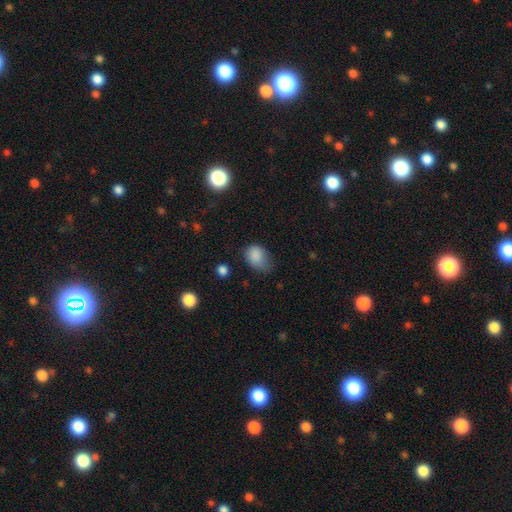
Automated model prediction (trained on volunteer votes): A smooth galaxy with no disk features (84%) that is in between round and cigar-shaped (66%). Merging: minor disturbance (42%).